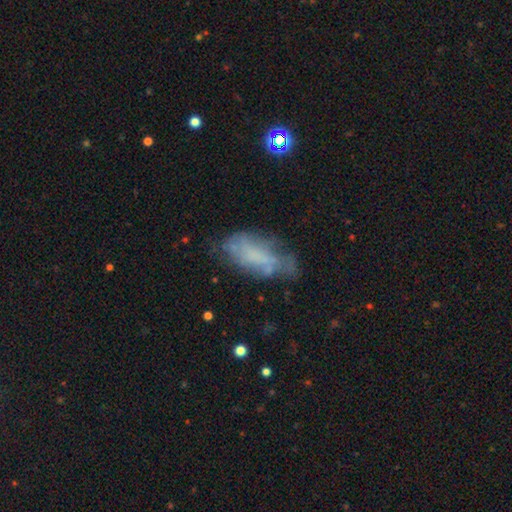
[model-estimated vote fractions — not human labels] Overall: smooth (46%; featured or disk 43%). Merging: none (48%; minor disturbance 30%).